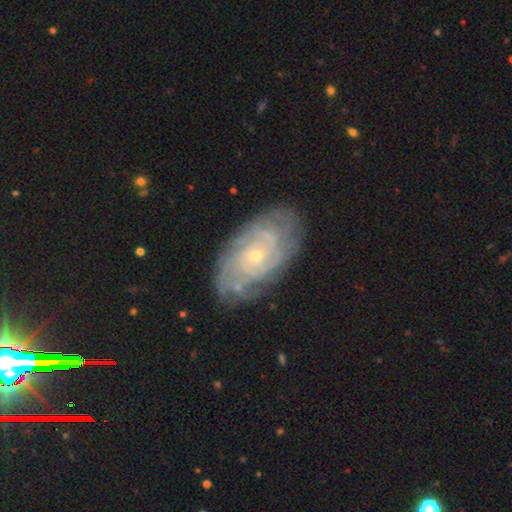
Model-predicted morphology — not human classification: Smooth or featured? Predicted: featured or disk (p=0.82). Edge-on disk? Predicted: no (p=0.95). Bar? Predicted: no (p=0.75). Spiral arms? Predicted: yes (p=0.94). Spiral winding? Predicted: tight (p=0.72). Spiral arm count? Predicted: can't tell (p=0.41). Bulge size? Predicted: small (p=0.75). Merging? Predicted: none (p=0.76).